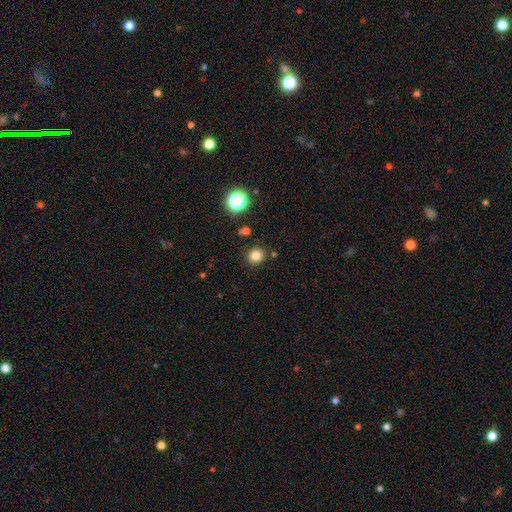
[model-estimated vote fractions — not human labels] Smooth or featured?
  - smooth: 80% *
  - star or artifact: 15%
  - featured or disk: 5%
How rounded?
  - round: 86% *
  - in between: 13%
  - cigar-shaped: 1%
Merging?
  - none: 86% *
  - minor disturbance: 7%
  - merger: 4%
  - major disturbance: 2%